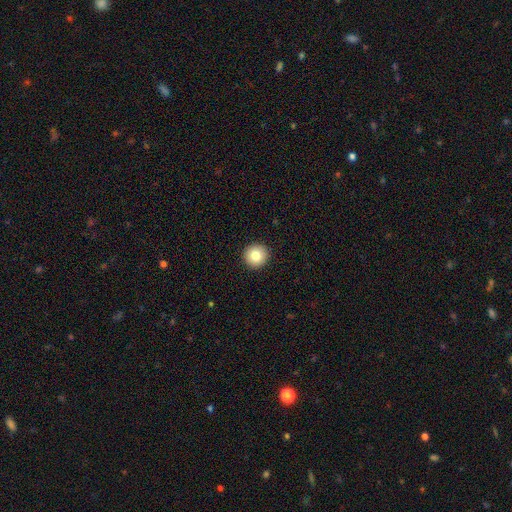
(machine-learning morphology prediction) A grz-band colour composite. It shows a smooth galaxy with no disk features (83%) that is round (95%). Merging: none (94%).